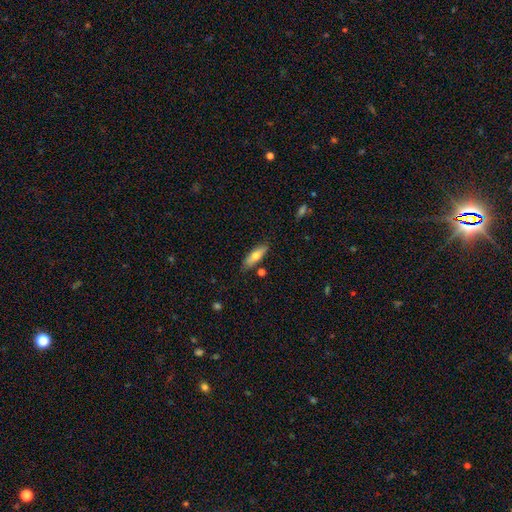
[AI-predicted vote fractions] smooth_or_featured: smooth (p=0.66) [alt: featured or disk p=0.27]
how_rounded: in between (p=0.51) [alt: cigar-shaped p=0.47]
merging: none (p=0.81) [alt: minor disturbance p=0.12]